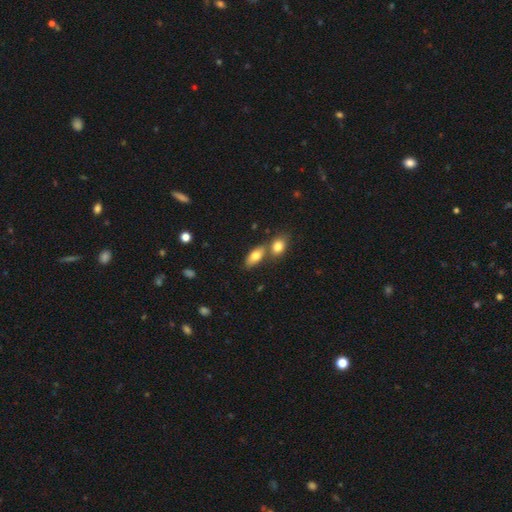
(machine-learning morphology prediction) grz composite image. It shows a smooth galaxy with no disk features (77%) that is in between round and cigar-shaped (86%). Merging: none (50%).